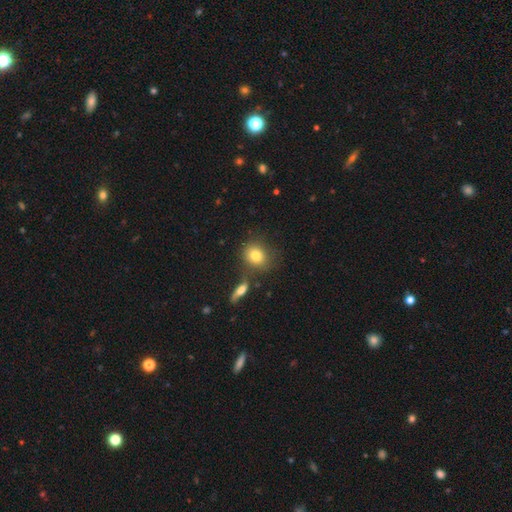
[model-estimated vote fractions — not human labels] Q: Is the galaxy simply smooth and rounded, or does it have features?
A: smooth — 80%.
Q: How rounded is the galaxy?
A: round — 69%.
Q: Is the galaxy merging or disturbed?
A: none — 71%.